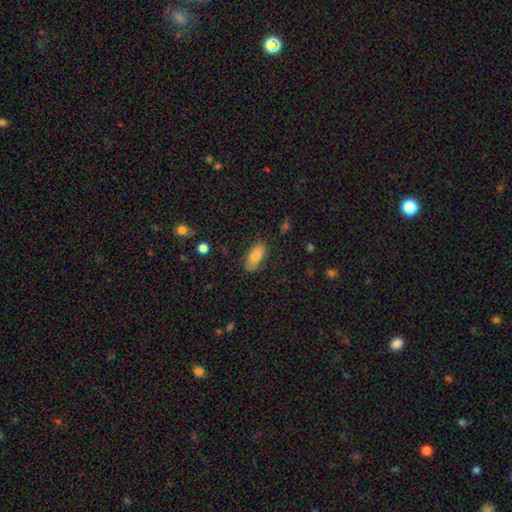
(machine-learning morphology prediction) This is clearly a smooth galaxy (85%). How rounded: clearly in between (87%). Merging: clearly none (81%).